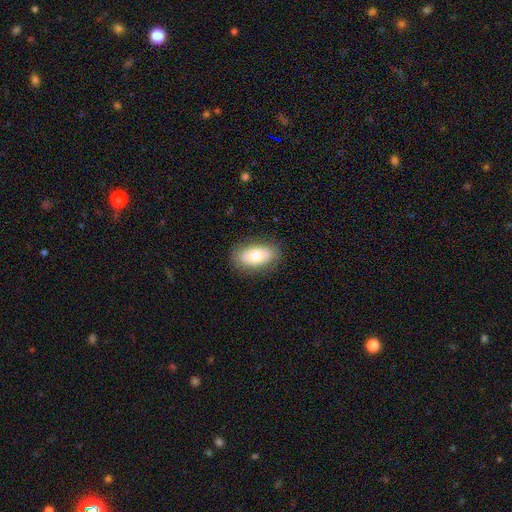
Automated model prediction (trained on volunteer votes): smooth-or-featured: smooth: 69% | featured or disk: 25% | star or artifact: 7%
  how-rounded: in between: 93% | round: 5% | cigar-shaped: 2%
  merging: none: 83% | minor disturbance: 13% | major disturbance: 4% | merger: 1%